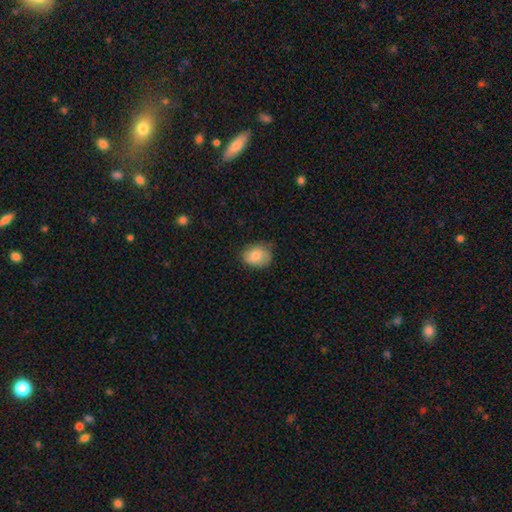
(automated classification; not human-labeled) smooth_or_featured: smooth (p=0.83) [alt: featured or disk p=0.09]
how_rounded: in between (p=0.55) [alt: round p=0.44]
merging: none (p=0.72) [alt: minor disturbance p=0.23]